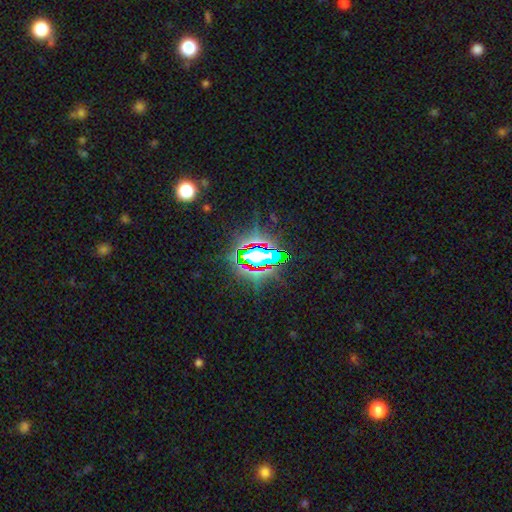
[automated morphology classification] The model was most divided on "smooth or featured": star or artifact: 74%, smooth: 14%, featured or disk: 12%.